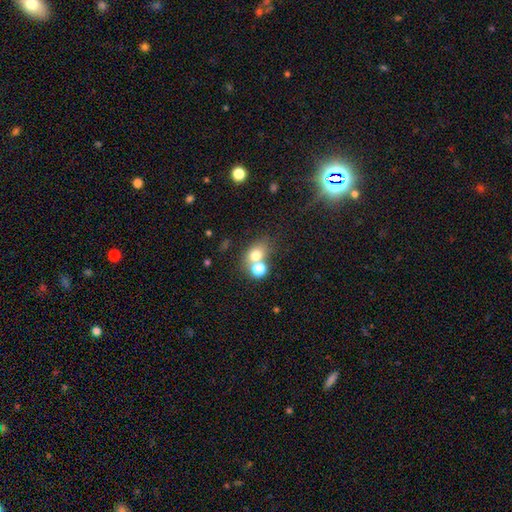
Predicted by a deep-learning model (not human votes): The model was most divided on "how rounded": round: 54%, in between: 45%, cigar-shaped: 1%. Remaining: smooth or featured — smooth (71%); merging — none (47%).